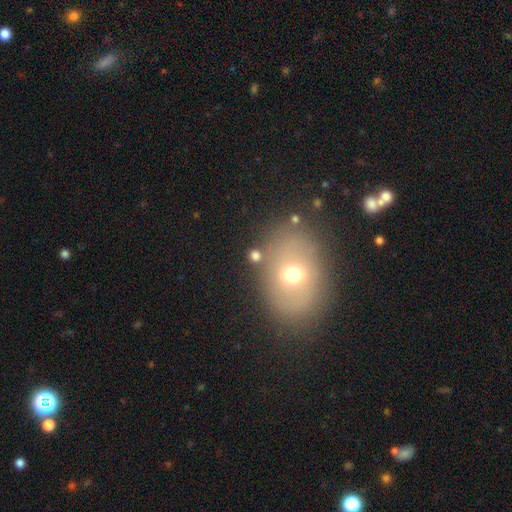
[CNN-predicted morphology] Smooth or featured: smooth — 64% (featured or disk — 19%)
How rounded: round — 50% (in between — 47%)
Merging: none — 73% (minor disturbance — 12%)